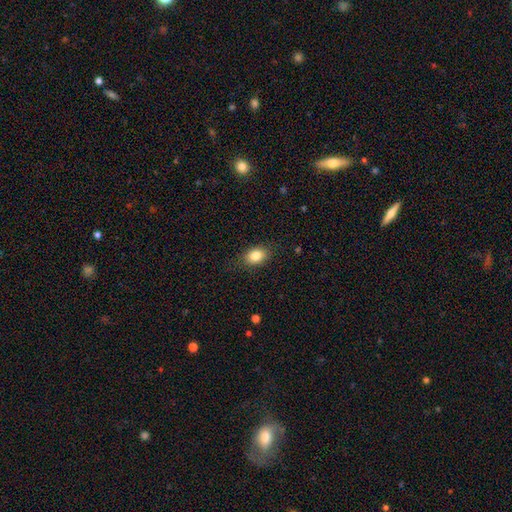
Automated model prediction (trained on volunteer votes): Smooth or featured? smooth (83%)
How rounded? in between (78%)
Merging? none (83%)